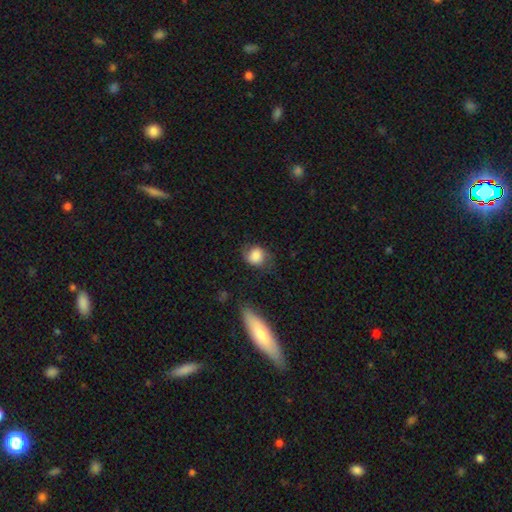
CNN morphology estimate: smooth_or_featured: smooth (p=0.71) [alt: featured or disk p=0.21]
how_rounded: round (p=0.65) [alt: in between p=0.34]
merging: none (p=0.57) [alt: minor disturbance p=0.28]